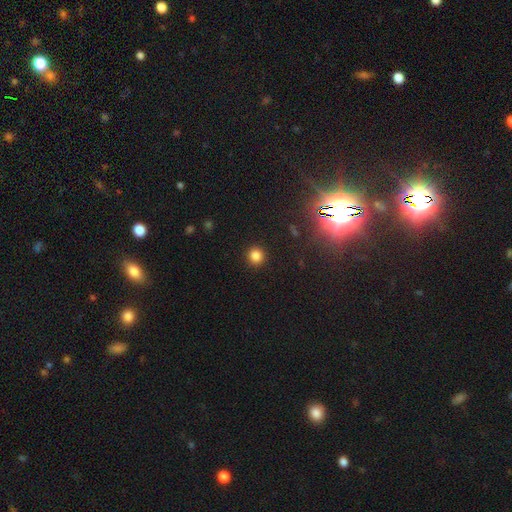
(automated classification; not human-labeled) Overall: smooth (82%). How rounded: round (93%). Merging: none (91%).